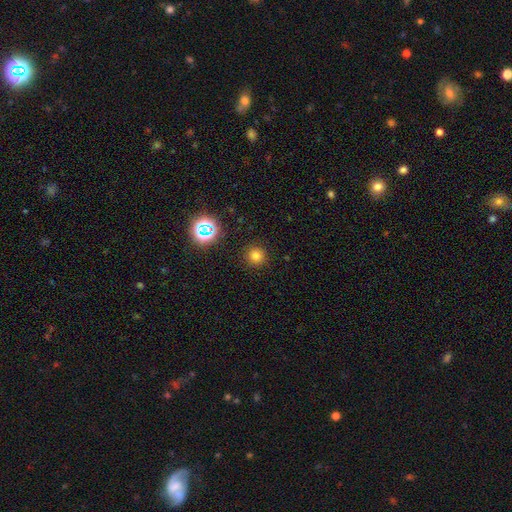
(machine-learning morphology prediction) smooth_or_featured: smooth (p=0.75) [alt: star or artifact p=0.19]
how_rounded: round (p=0.95) [alt: in between p=0.04]
merging: none (p=0.90) [alt: minor disturbance p=0.06]